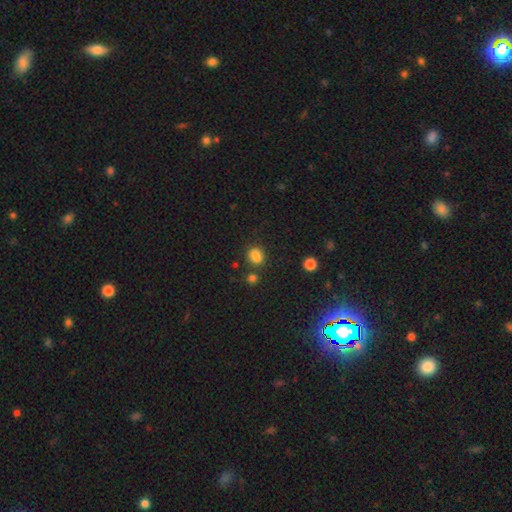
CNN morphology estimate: smooth_or_featured: smooth (p=0.77) [alt: star or artifact p=0.15]
how_rounded: round (p=0.62) [alt: in between p=0.37]
merging: none (p=0.55) [alt: merger p=0.25]